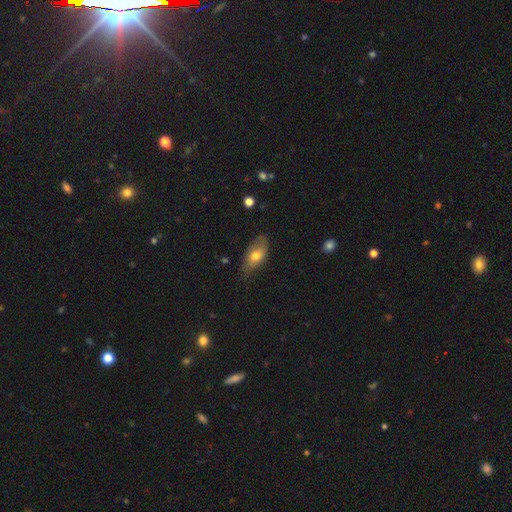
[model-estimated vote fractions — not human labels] A smooth galaxy with no disk features (67%) that is in between round and cigar-shaped (89%).

Vote fractions:
- Smooth or featured? smooth: 67% / featured or disk: 26% / star or artifact: 7%
- How rounded? in between: 89% / cigar-shaped: 7% / round: 5%
- Merging? none: 62% / minor disturbance: 30% / major disturbance: 6% / merger: 2%